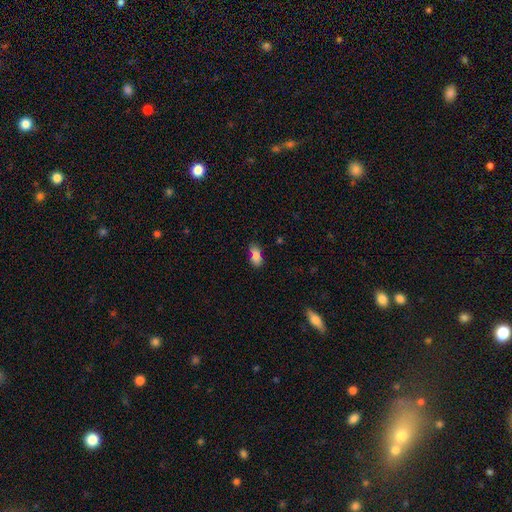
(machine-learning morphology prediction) smooth 82%, star or artifact 10%, featured or disk 8%. Down the decision tree: how rounded — in between (87%); merging — none (61%).